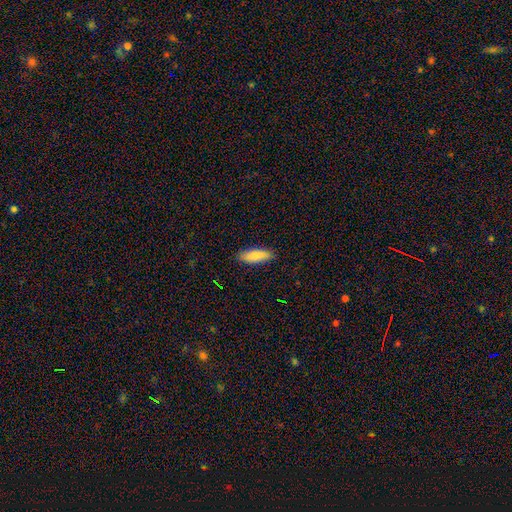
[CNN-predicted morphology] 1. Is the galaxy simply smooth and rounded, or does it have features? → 86% smooth, 9% featured or disk, 6% star or artifact.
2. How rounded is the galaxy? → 56% in between, 42% cigar-shaped, 2% round.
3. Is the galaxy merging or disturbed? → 88% none, 9% minor disturbance, 2% major disturbance, 1% merger.